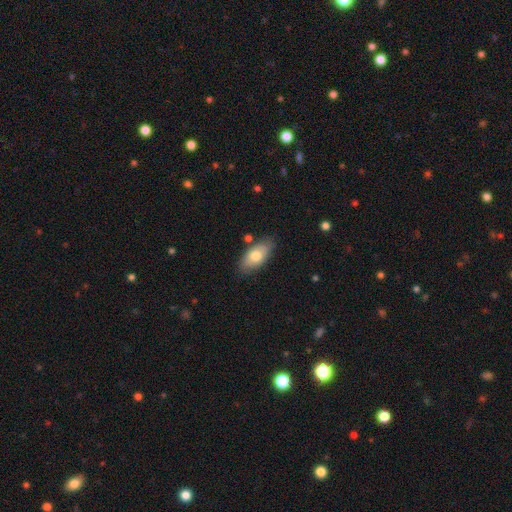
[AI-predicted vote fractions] Overall: smooth (72%). How rounded: in between (91%). Merging: none (79%).